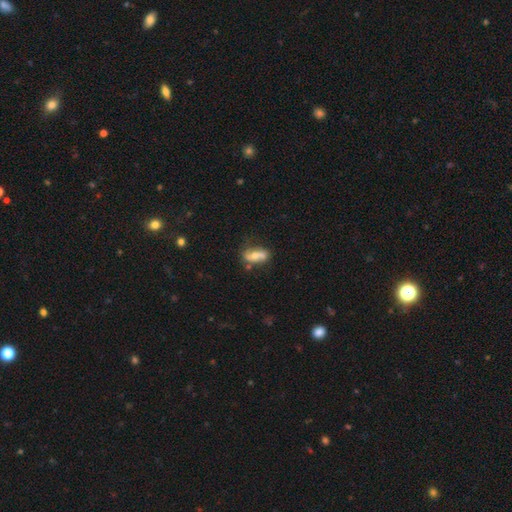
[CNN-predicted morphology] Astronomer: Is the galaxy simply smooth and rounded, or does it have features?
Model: featured or disk — 46%, tied with smooth at 46%.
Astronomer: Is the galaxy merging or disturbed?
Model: none — 55%.